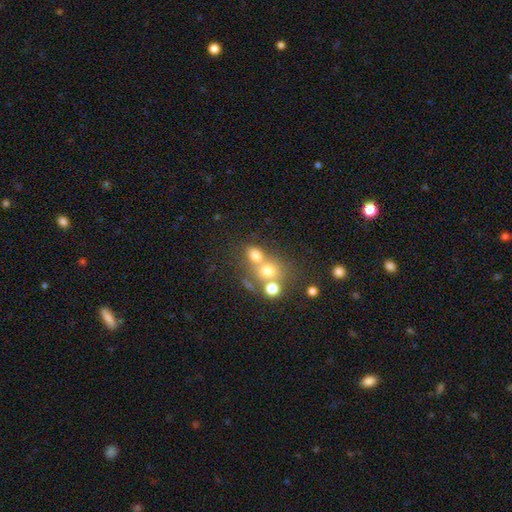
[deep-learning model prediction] smooth 69%, star or artifact 16%, featured or disk 15%. Down the decision tree: how rounded — round (62%); merging — merger (45%).